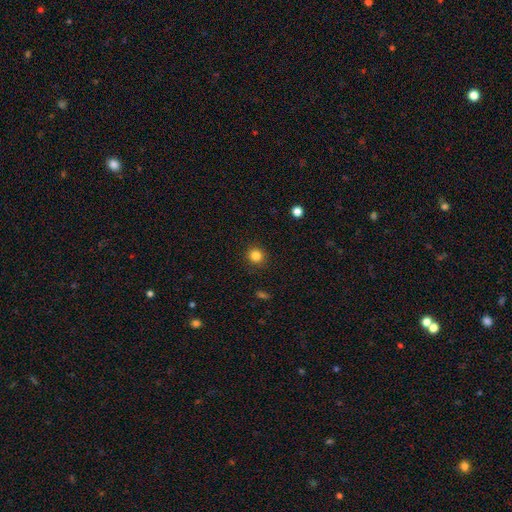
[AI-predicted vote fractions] The model was most divided on "smooth or featured": smooth: 84%, star or artifact: 12%, featured or disk: 4%. More confident: how rounded — round (91%); merging — none (90%).